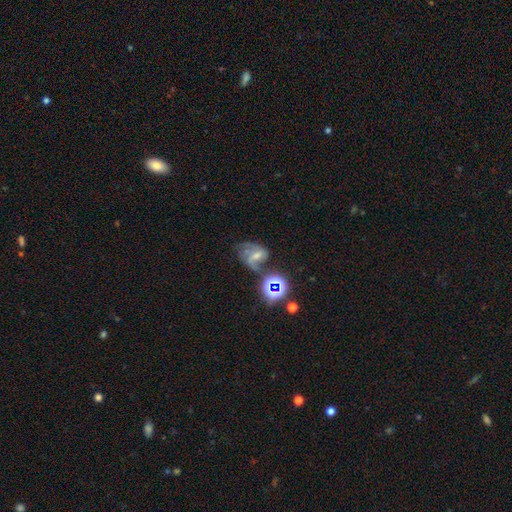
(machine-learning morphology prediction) smooth-or-featured: featured or disk: 54% | star or artifact: 30% | smooth: 16%
  disk-edge-on: no: 97% | yes: 3%
    bar: weak: 45% | no: 36% | strong: 19%
    has-spiral-arms: yes: 86% | no: 14%
    bulge-size: small: 48% | moderate: 42% | none: 6% | large: 3% | dominant: 2%
  merging: none: 50% | minor disturbance: 18% | major disturbance: 17% | merger: 15%